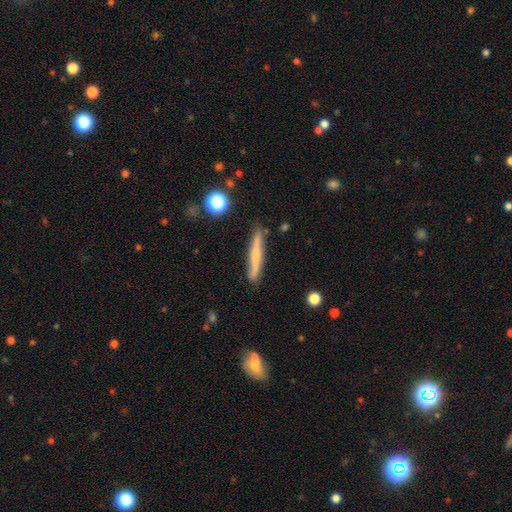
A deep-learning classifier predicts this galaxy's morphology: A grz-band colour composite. It shows a smooth galaxy with no disk features (53%) that is cigar-shaped (93%). Merging: none (85%).